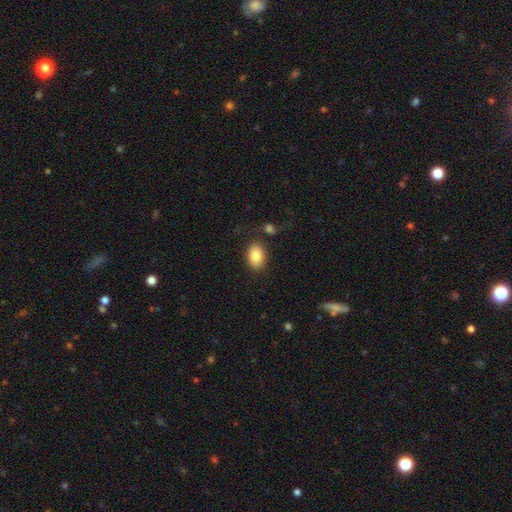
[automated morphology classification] The model was most divided on "how rounded": in between: 83%, round: 16%, cigar-shaped: 1%. More confident: smooth or featured — smooth (84%); merging — none (79%).